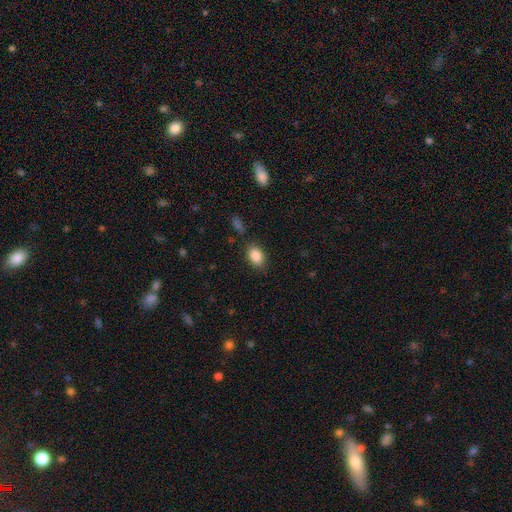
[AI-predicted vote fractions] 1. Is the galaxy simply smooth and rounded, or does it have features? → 87% smooth, 8% star or artifact, 4% featured or disk.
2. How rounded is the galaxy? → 83% in between, 16% round, 1% cigar-shaped.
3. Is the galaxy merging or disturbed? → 82% none, 12% minor disturbance, 4% major disturbance, 3% merger.